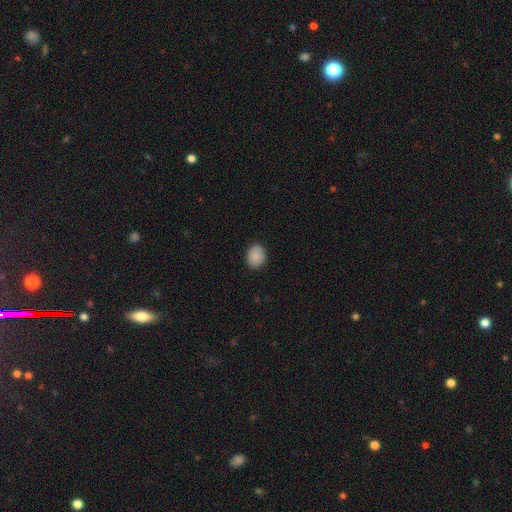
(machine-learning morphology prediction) smooth_or_featured: smooth (p=0.89) [alt: star or artifact p=0.08]
how_rounded: in between (p=0.50) [alt: round p=0.49]
merging: none (p=0.89) [alt: minor disturbance p=0.08]